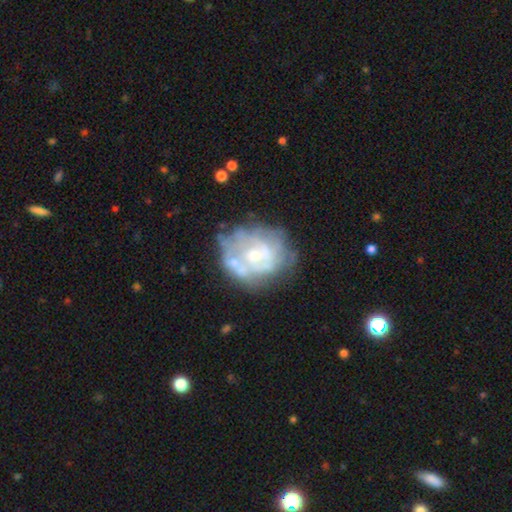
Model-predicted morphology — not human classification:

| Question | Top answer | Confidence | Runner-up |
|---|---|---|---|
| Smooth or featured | featured or disk | 71% | smooth (21%) |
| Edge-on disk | no | 98% | yes (2%) |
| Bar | no | 77% | weak (20%) |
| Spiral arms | no | 55% | yes (45%) |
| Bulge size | small | 52% | moderate (38%) |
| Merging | none | 51% | minor disturbance (22%) |